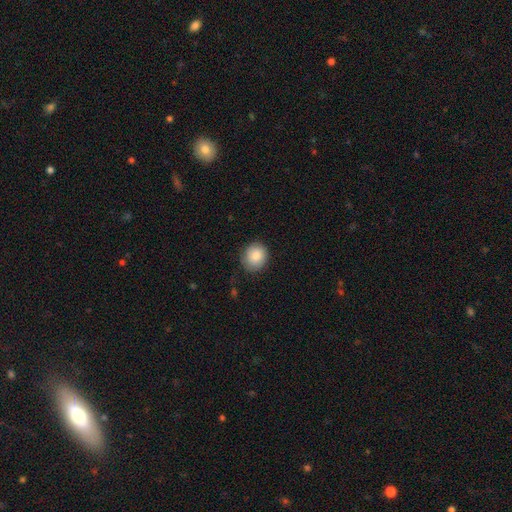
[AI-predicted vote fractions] This appears to be a smooth galaxy with no disk features (85%) that is round (80%). Merging: none (82%).